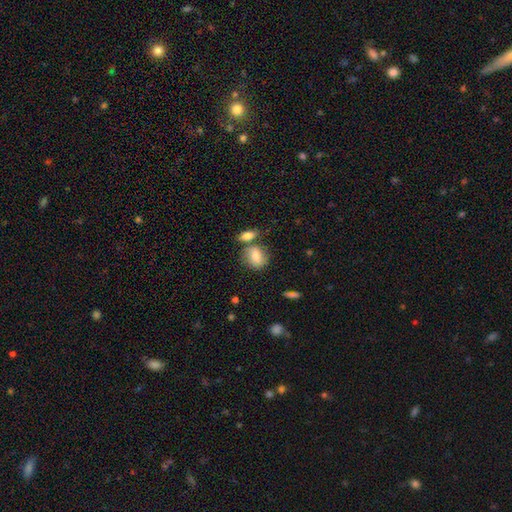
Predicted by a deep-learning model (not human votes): A smooth galaxy with no disk features (77%) that is round (53%).

Vote fractions:
- Smooth or featured? smooth: 77% / featured or disk: 15% / star or artifact: 8%
- How rounded? round: 53% / in between: 44% / cigar-shaped: 2%
- Merging? none: 57% / merger: 25% / minor disturbance: 14% / major disturbance: 4%